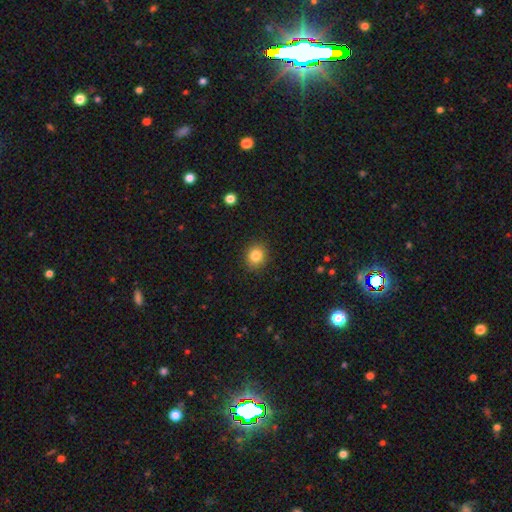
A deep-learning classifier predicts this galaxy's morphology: Smooth or featured? smooth (84%)
How rounded? round (76%)
Merging? none (90%)